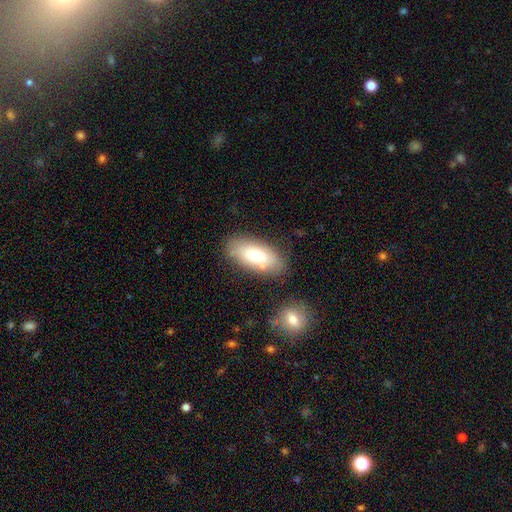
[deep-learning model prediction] The model was most divided on "merging": none: 73%, minor disturbance: 16%, merger: 7%, major disturbance: 4%. More confident: how rounded — in between (91%); smooth or featured — smooth (78%).